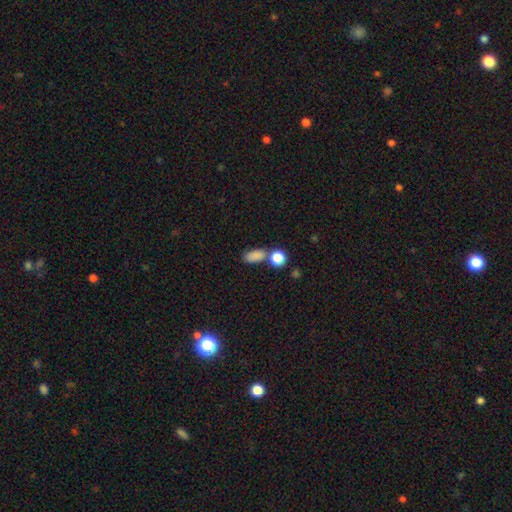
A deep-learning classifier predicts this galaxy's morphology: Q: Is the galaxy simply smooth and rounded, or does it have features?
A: smooth — 84%.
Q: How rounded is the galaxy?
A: in between — 83%.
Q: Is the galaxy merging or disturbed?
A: none — 61%.